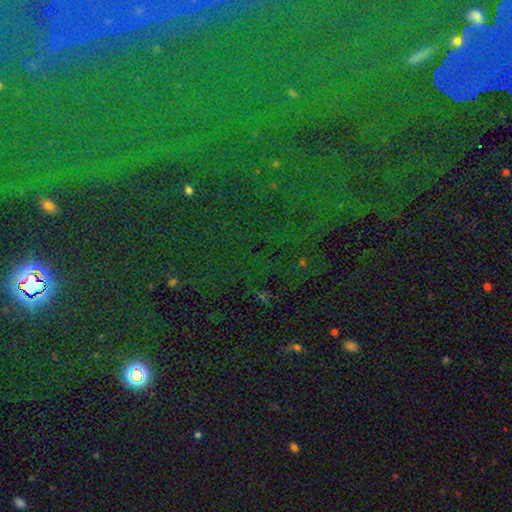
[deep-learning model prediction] Smooth or featured? star or artifact (79%)